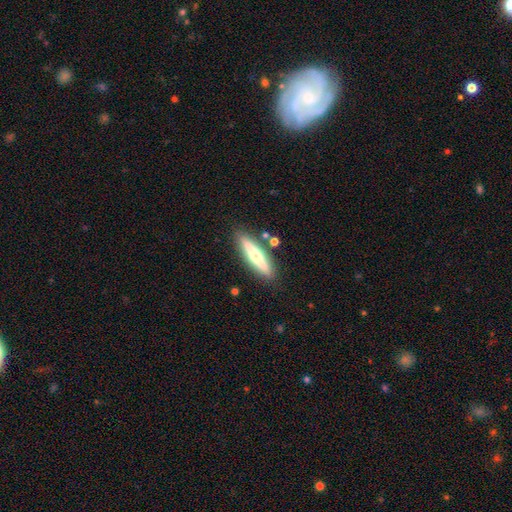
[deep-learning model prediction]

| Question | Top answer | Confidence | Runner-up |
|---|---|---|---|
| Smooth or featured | featured or disk | 56% | smooth (38%) |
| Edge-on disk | yes | 94% | no (6%) |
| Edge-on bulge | rounded | 89% | none (7%) |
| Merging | none | 86% | minor disturbance (9%) |